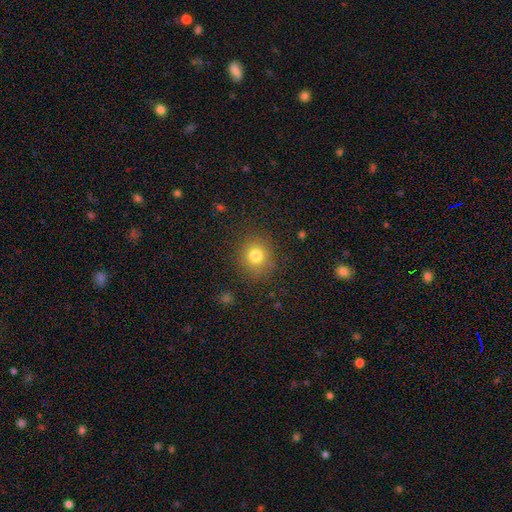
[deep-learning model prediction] Morphology: type=smooth (79%); roundness=round (85%); merging=none (86%).